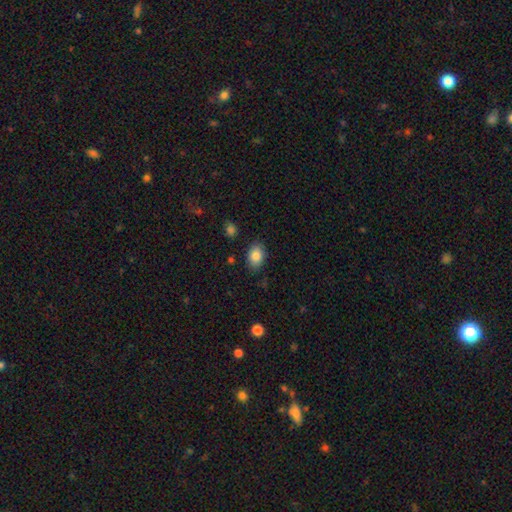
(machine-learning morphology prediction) smooth_or_featured: smooth (p=0.86) [alt: star or artifact p=0.08]
how_rounded: in between (p=0.84) [alt: round p=0.15]
merging: none (p=0.85) [alt: minor disturbance p=0.11]